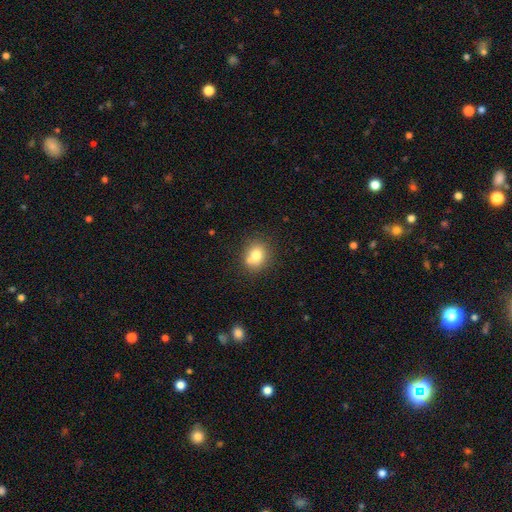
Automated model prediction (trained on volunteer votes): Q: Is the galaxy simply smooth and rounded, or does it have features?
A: smooth — 74%.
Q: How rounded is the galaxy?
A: round — 69%.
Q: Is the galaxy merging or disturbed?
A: none — 61%.